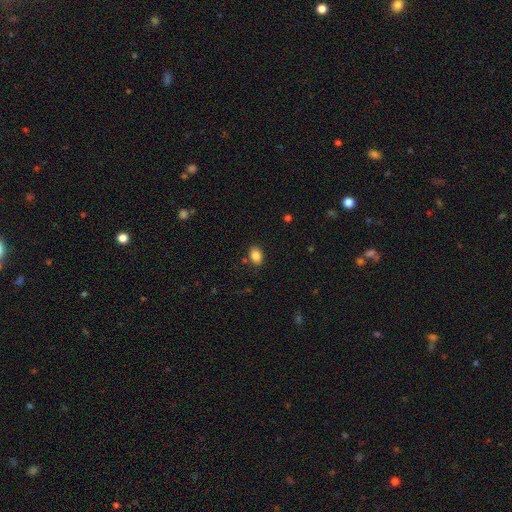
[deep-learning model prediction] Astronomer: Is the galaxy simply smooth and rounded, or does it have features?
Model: smooth — 85%.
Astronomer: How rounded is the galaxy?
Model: in between — 76%.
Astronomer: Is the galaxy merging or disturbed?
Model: none — 82%.